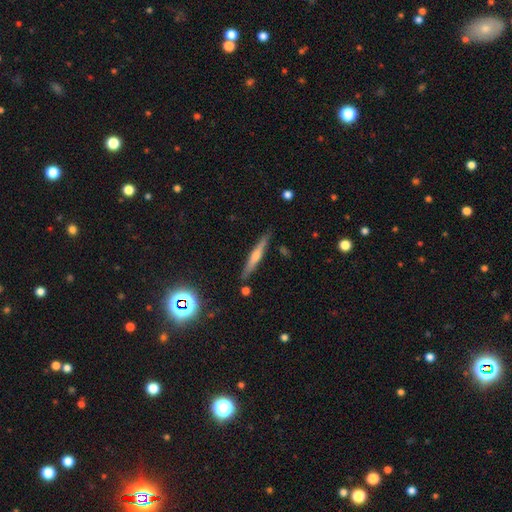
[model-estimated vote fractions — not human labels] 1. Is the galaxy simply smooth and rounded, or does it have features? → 60% featured or disk, 29% smooth, 11% star or artifact.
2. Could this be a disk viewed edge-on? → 96% yes, 4% no.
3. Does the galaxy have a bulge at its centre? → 78% rounded, 16% none, 6% boxy.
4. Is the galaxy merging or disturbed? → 88% none, 8% minor disturbance, 2% merger, 2% major disturbance.